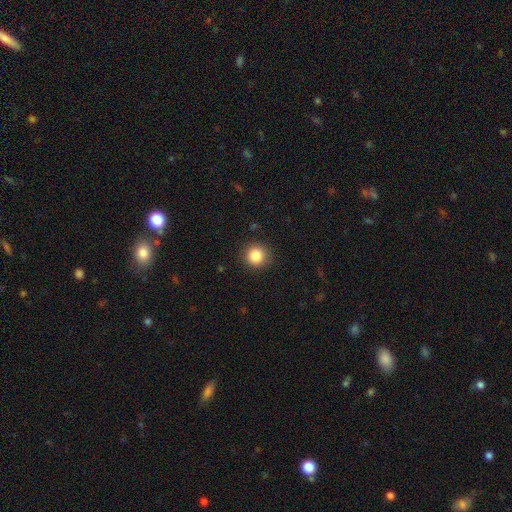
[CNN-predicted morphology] smooth 86%, star or artifact 10%, featured or disk 4%. Down the decision tree: how rounded — round (93%); merging — none (89%).